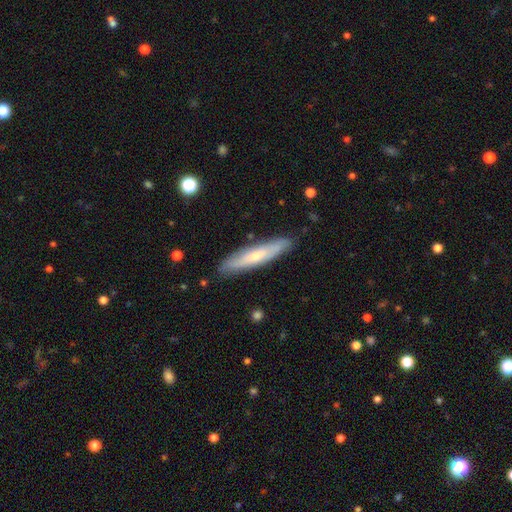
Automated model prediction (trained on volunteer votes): Smooth or featured? smooth (52%)
How rounded? cigar-shaped (87%)
Merging? none (87%)